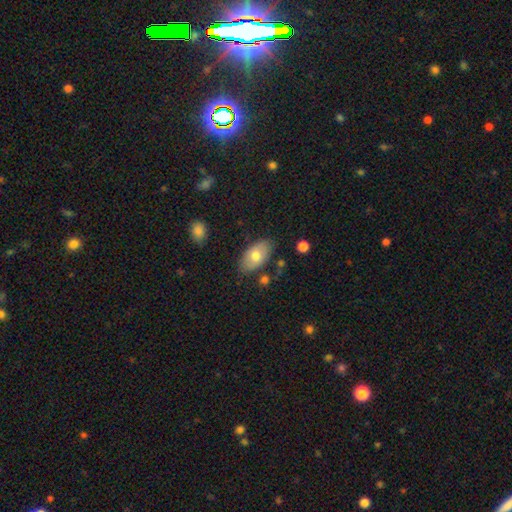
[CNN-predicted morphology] This is likely a smooth galaxy (71%). How rounded: clearly in between (93%). Merging: likely none (78%).